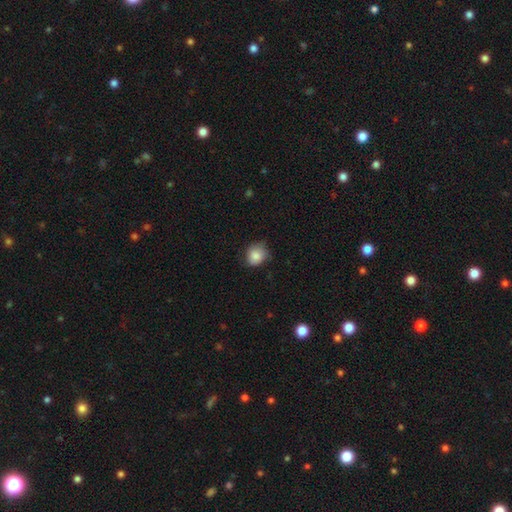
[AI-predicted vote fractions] Smooth or featured? smooth (84%)
How rounded? round (67%)
Merging? none (64%)